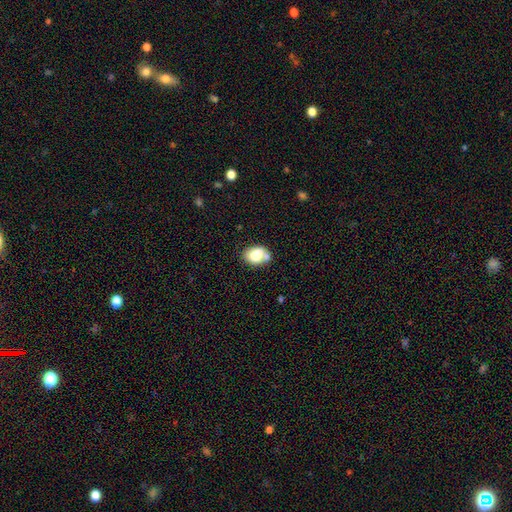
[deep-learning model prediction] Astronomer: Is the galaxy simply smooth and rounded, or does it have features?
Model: smooth — 75%.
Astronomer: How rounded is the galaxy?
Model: in between — 68%.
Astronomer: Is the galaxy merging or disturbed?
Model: none — 49% (runner-up: merger, 27%).